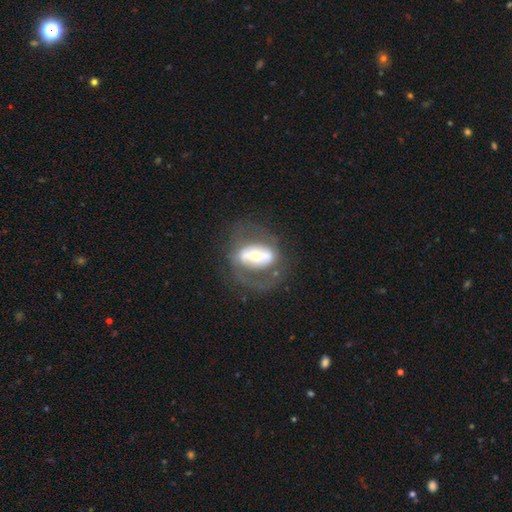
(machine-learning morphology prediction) A featured or disk galaxy (68%) with a strong bar (40%), no spiral arms (52%) and a moderate central bulge (43%).

Vote fractions:
- Smooth or featured? featured or disk: 68% / smooth: 25% / star or artifact: 7%
- Edge-on disk? no: 93% / yes: 7%
- Bar? strong: 40% / no: 38% / weak: 22%
- Spiral arms? no: 52% / yes: 48%
- Bulge size? moderate: 43% / small: 38% / large: 13% / dominant: 4% / none: 2%
- Merging? none: 51% / major disturbance: 24% / minor disturbance: 17% / merger: 8%